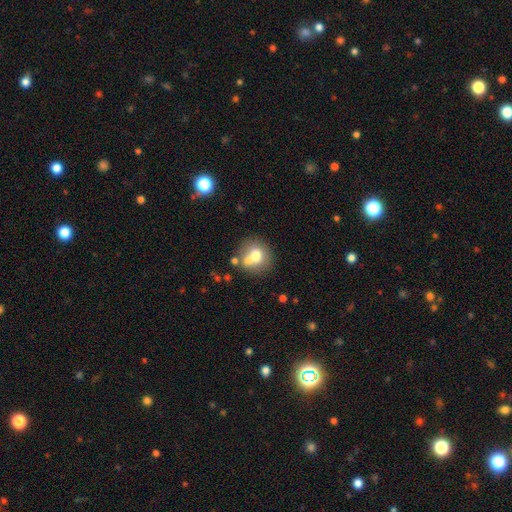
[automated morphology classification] type=smooth (69%); roundness=round (82%); merging=none (55%).